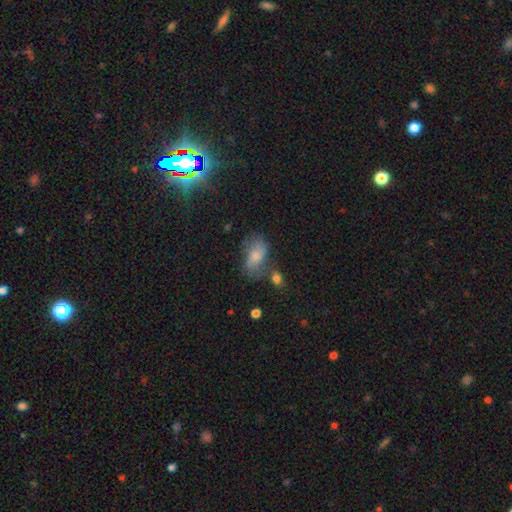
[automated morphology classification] The model was most divided on "merging": none: 50%, minor disturbance: 24%, major disturbance: 13%, merger: 12%. More confident: how rounded — in between (88%); smooth or featured — smooth (62%).